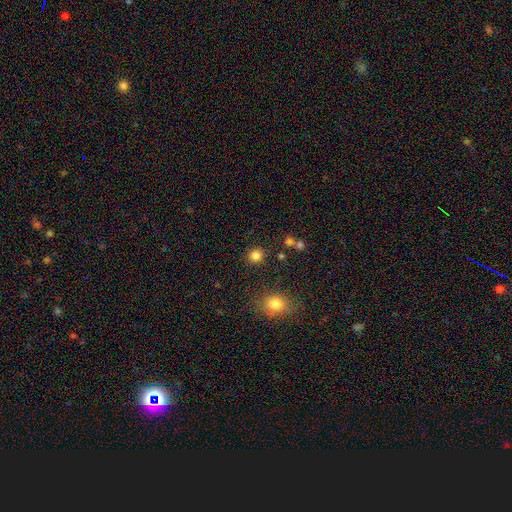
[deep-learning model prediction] Smooth or featured? Predicted: smooth (p=0.83). How rounded? Predicted: round (p=0.89). Merging? Predicted: none (p=0.88).